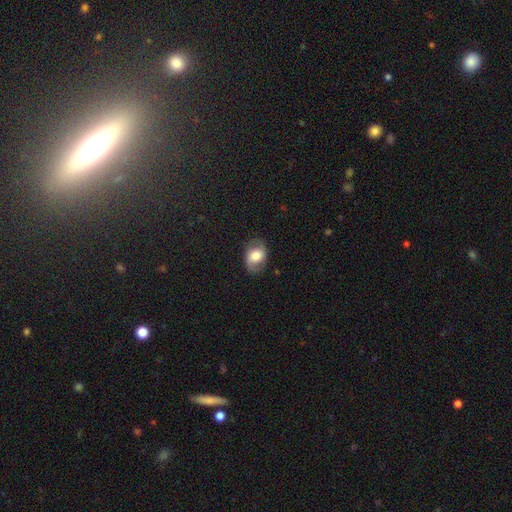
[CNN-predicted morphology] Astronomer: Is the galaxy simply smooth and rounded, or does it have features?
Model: smooth — 51% (runner-up: featured or disk, 41%).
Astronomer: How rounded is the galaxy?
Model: in between — 74%.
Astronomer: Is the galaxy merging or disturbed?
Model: none — 72%.